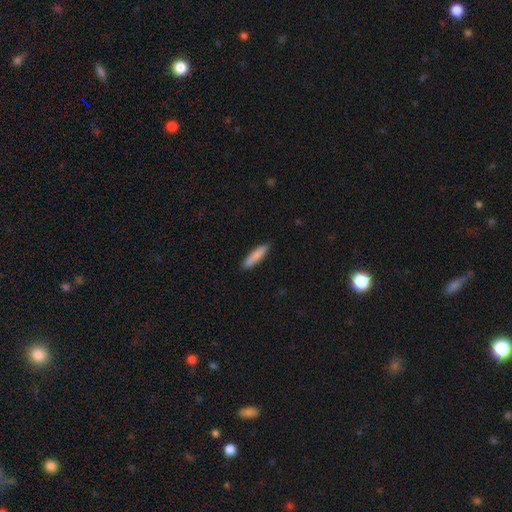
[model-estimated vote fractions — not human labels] A smooth galaxy with no disk features (85%) that is cigar-shaped (79%). Merging: none (88%).